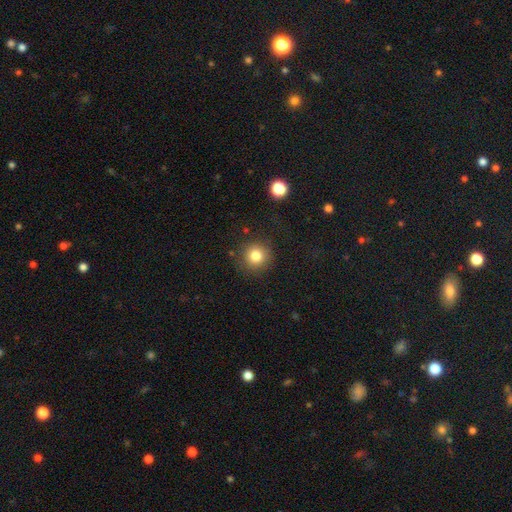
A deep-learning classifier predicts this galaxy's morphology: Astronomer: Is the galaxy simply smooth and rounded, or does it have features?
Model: smooth — 81%.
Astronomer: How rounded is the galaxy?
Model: round — 94%.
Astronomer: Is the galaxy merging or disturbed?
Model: none — 86%.